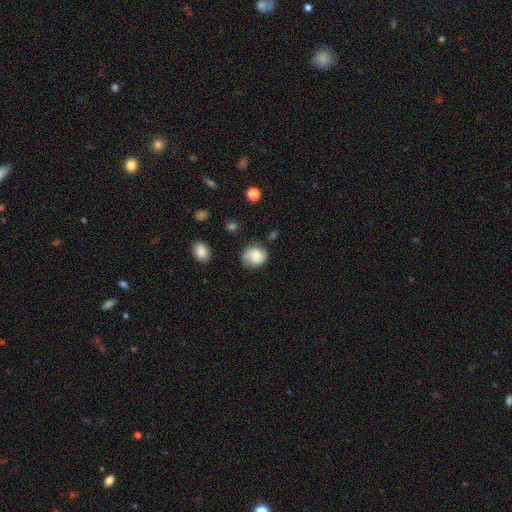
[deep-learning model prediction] smooth-or-featured: smooth: 74% | featured or disk: 17% | star or artifact: 9%
  how-rounded: round: 70% | in between: 29% | cigar-shaped: 1%
  merging: none: 64% | minor disturbance: 26% | major disturbance: 8% | merger: 3%